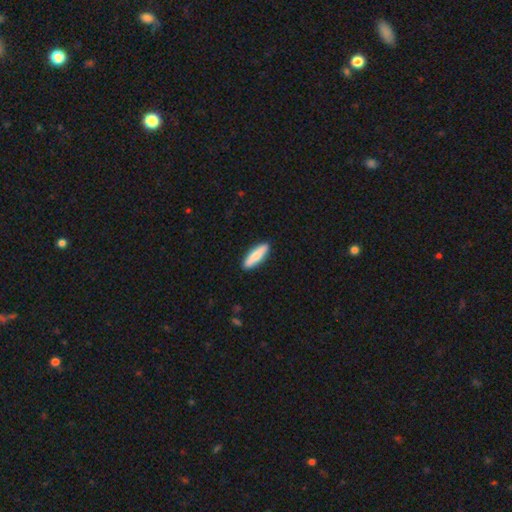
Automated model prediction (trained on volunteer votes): A smooth galaxy with no disk features (74%) that is cigar-shaped (65%). Merging: none (90%).